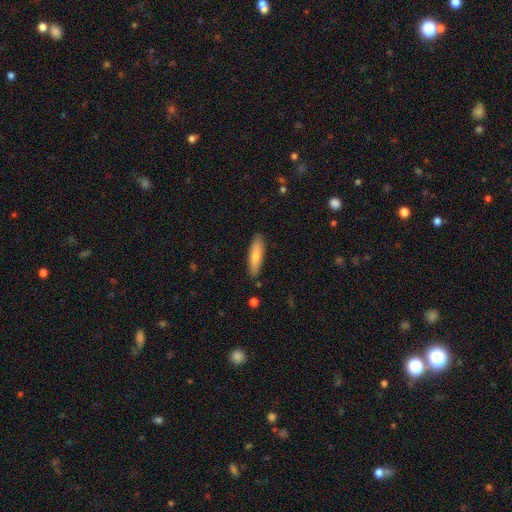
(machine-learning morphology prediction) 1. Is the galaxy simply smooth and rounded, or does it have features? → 78% smooth, 17% featured or disk, 6% star or artifact.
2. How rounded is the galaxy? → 63% cigar-shaped, 36% in between, 1% round.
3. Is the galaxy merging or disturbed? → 87% none, 10% minor disturbance, 2% major disturbance, 2% merger.